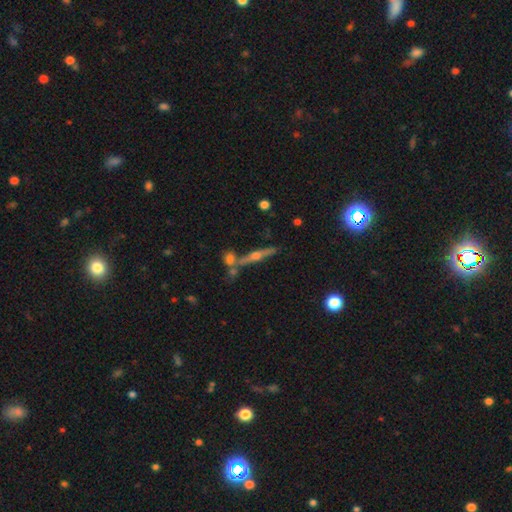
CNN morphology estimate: featured or disk 69%, smooth 17%, star or artifact 14%. Down the decision tree: edge-on disk — yes (92%); edge-on bulge — rounded (90%); merging — none (64%).